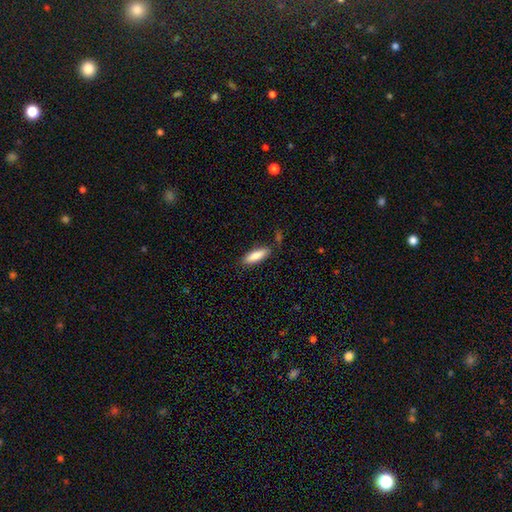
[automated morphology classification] Smooth or featured? Predicted: smooth (p=0.86). How rounded? Predicted: in between (p=0.53). Merging? Predicted: none (p=0.80).